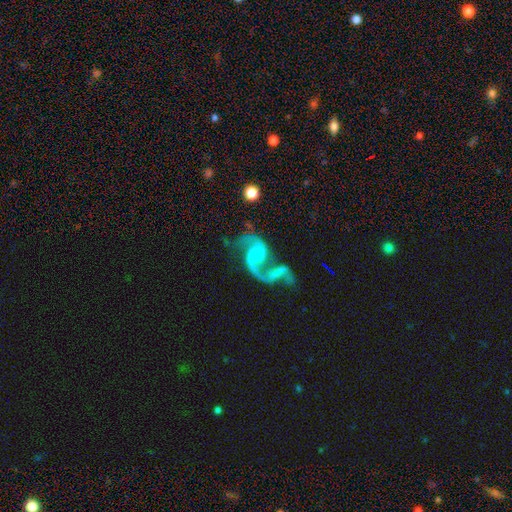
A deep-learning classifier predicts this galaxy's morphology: type=featured or disk (86%); edge-on=no (98%); bar=no (52%); spiral arms=yes (94%); winding=loose (65%); arm count=2 (90%); bulge=none (49%); merging=merger (33%, tied with none).